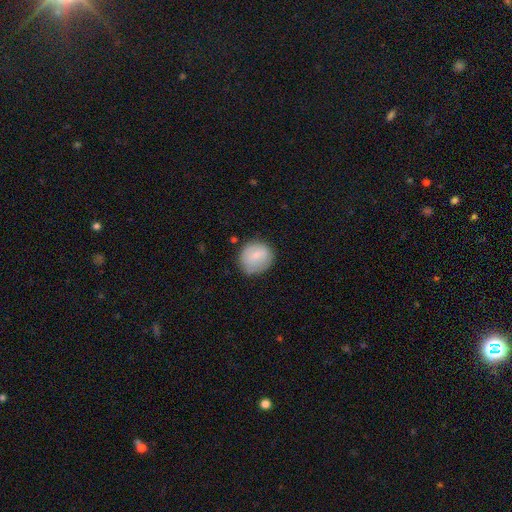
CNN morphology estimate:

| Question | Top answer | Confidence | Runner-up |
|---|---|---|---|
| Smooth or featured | smooth | 71% | featured or disk (22%) |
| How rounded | round | 81% | in between (18%) |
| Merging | none | 75% | minor disturbance (18%) |